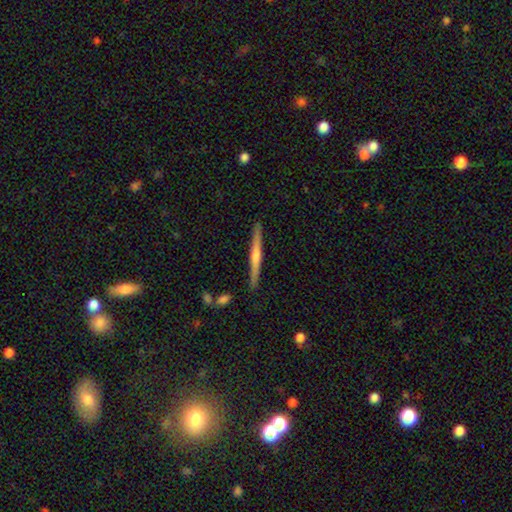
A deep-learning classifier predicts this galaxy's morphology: Smooth or featured? Predicted: featured or disk (p=0.62). Edge-on disk? Predicted: yes (p=0.98). Edge-on bulge? Predicted: rounded (p=0.70). Merging? Predicted: none (p=0.89).